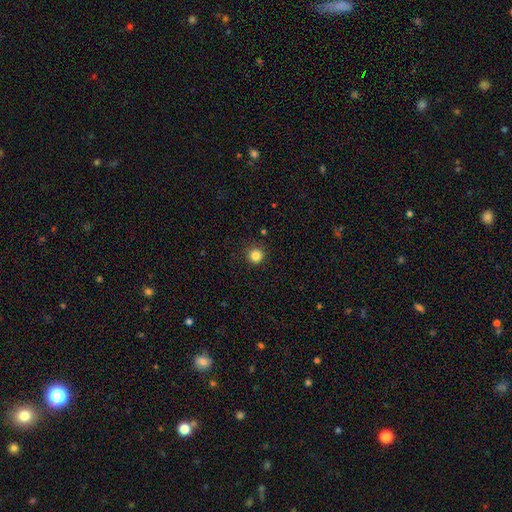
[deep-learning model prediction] Smooth or featured?
  - smooth: 84% *
  - star or artifact: 12%
  - featured or disk: 4%
How rounded?
  - round: 95% *
  - in between: 4%
  - cigar-shaped: 1%
Merging?
  - none: 90% *
  - minor disturbance: 7%
  - major disturbance: 2%
  - merger: 1%